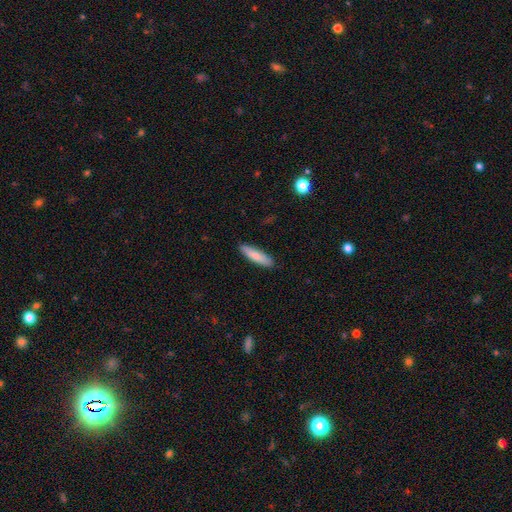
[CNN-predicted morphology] smooth_or_featured: smooth (p=0.79) [alt: featured or disk p=0.15]
how_rounded: cigar-shaped (p=0.71) [alt: in between p=0.28]
merging: none (p=0.89) [alt: minor disturbance p=0.08]